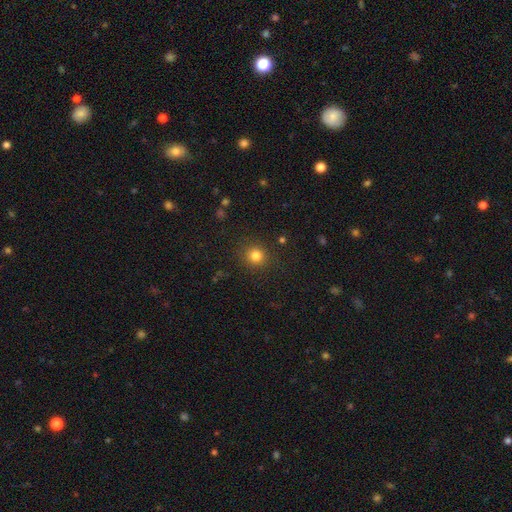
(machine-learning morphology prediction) This appears to be a smooth galaxy with no disk features (82%) that is round (90%). Merging: none (89%).